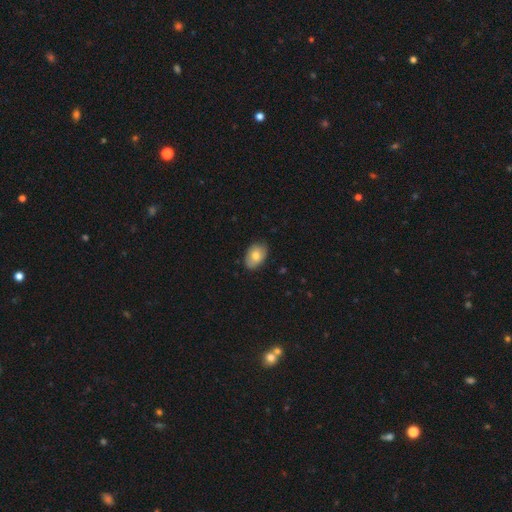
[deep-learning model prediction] Morphology: type=smooth (76%); roundness=in between (87%); merging=none (81%).